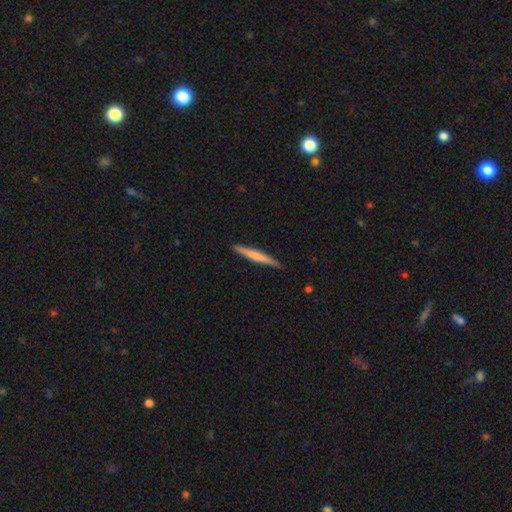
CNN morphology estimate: The model was most divided on "smooth or featured": smooth: 52%, featured or disk: 43%, star or artifact: 5%. More confident: how rounded — cigar-shaped (96%); merging — none (90%).